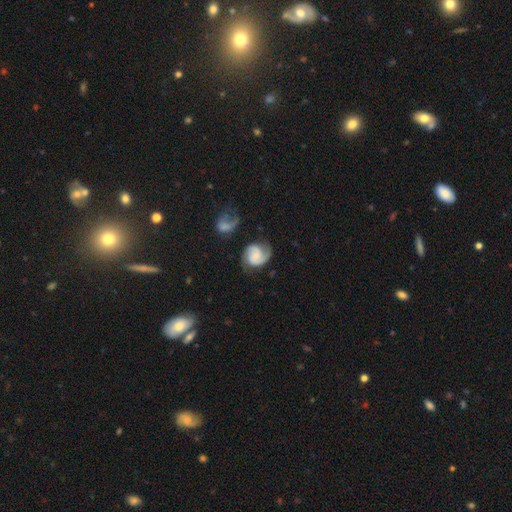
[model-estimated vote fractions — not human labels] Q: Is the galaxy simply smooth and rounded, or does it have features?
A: featured or disk — 76%.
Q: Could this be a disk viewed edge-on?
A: no — 98%.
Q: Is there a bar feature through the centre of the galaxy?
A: no — 59%.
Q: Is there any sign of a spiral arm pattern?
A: yes — 96%.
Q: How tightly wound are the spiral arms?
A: medium — 46%.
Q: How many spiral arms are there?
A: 2 — 83%.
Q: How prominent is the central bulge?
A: small — 48%.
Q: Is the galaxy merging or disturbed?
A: none — 65%.